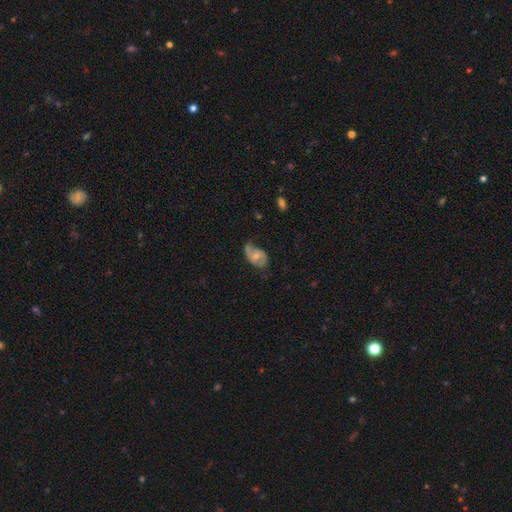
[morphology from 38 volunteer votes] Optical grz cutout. It shows a featured or disk galaxy (55%) with no bar (65%), 2 (53%) loose (73%) spiral arms (75%) and a moderate central bulge (60%). Merging: minor disturbance (51%).